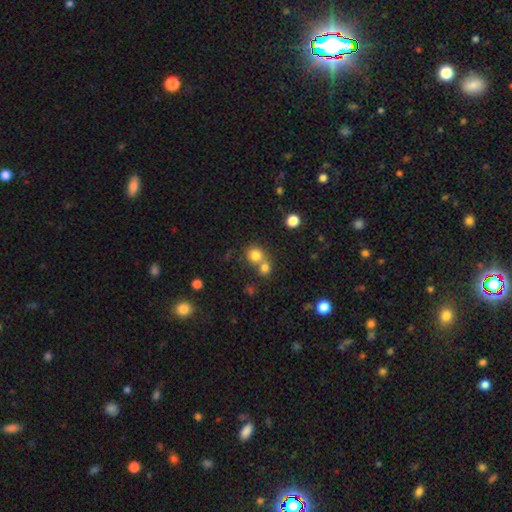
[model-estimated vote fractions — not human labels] This is likely a smooth galaxy (79%). How rounded: clearly round (84%). Merging: possibly none (47%).